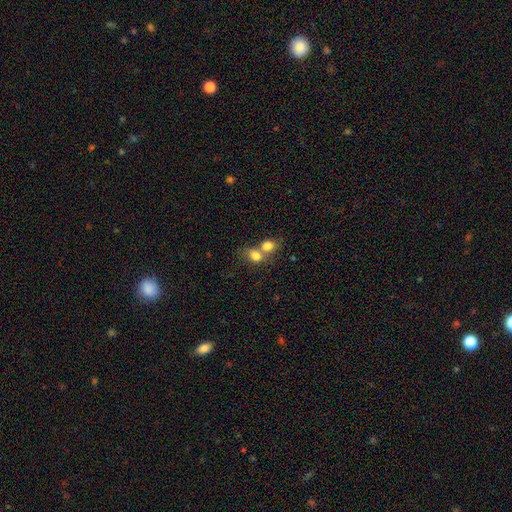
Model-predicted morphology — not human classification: Smooth or featured? Predicted: smooth (p=0.79). How rounded? Predicted: in between (p=0.50). Merging? Predicted: merger (p=0.66).